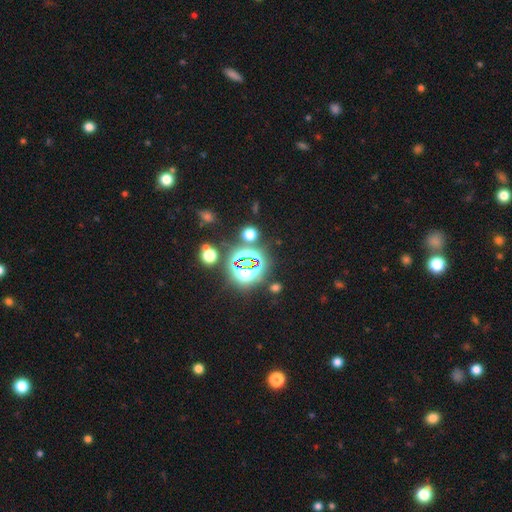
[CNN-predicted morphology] A star or artifact, not a galaxy (76%).

Vote fractions:
- Smooth or featured? star or artifact: 76% / smooth: 16% / featured or disk: 8%